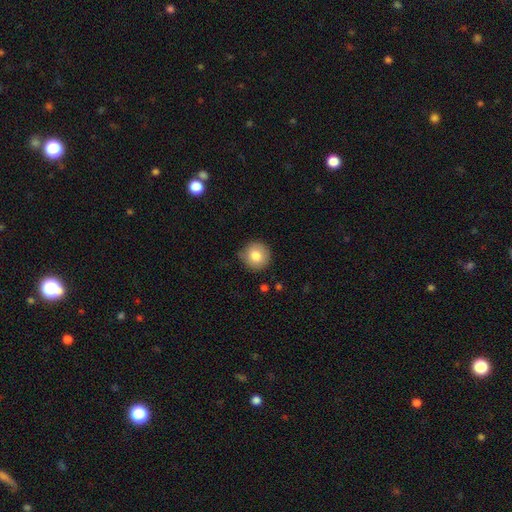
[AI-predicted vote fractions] Overall: smooth (82%). How rounded: round (93%). Merging: none (80%).